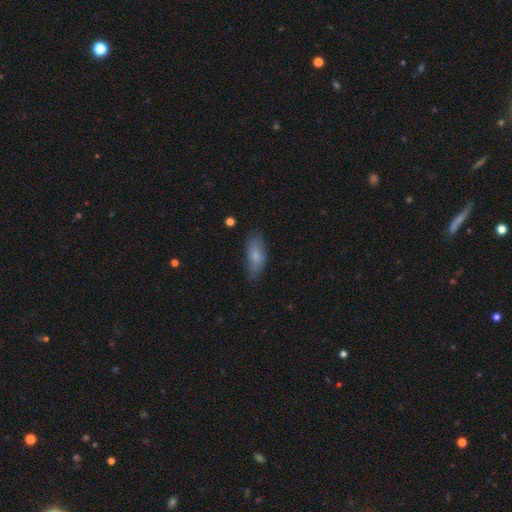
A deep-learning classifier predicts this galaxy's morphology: The model was most divided on "merging": none: 71%, minor disturbance: 23%, major disturbance: 5%, merger: 2%. More confident: how rounded — in between (81%); smooth or featured — smooth (76%).